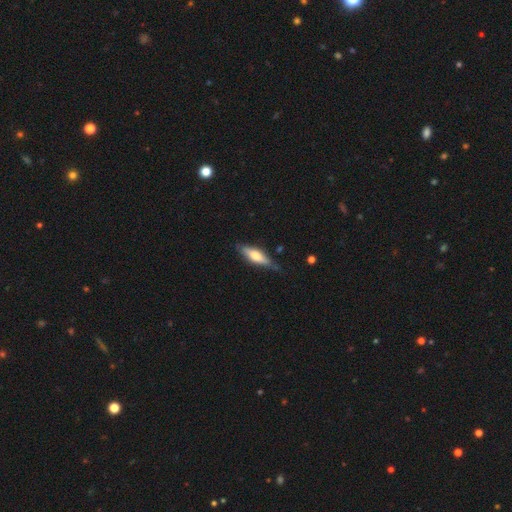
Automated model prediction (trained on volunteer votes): A smooth galaxy with no disk features (52%) that is cigar-shaped (56%).

Vote fractions:
- Smooth or featured? smooth: 52% / featured or disk: 42% / star or artifact: 6%
- How rounded? cigar-shaped: 56% / in between: 42% / round: 2%
- Merging? none: 71% / minor disturbance: 23% / major disturbance: 4% / merger: 2%